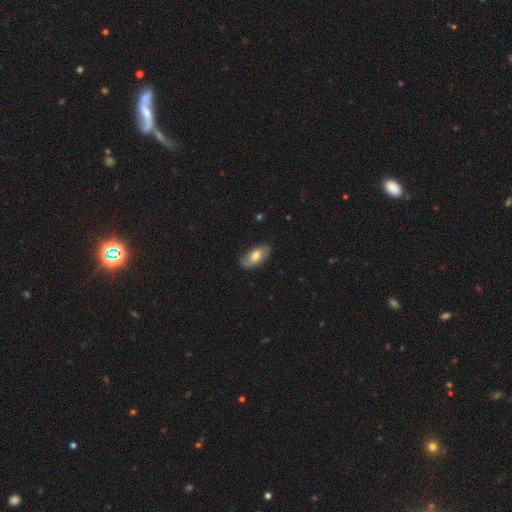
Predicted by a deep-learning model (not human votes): This appears to be a smooth galaxy with no disk features (52%) that is in between round and cigar-shaped (91%). Merging: none (76%).